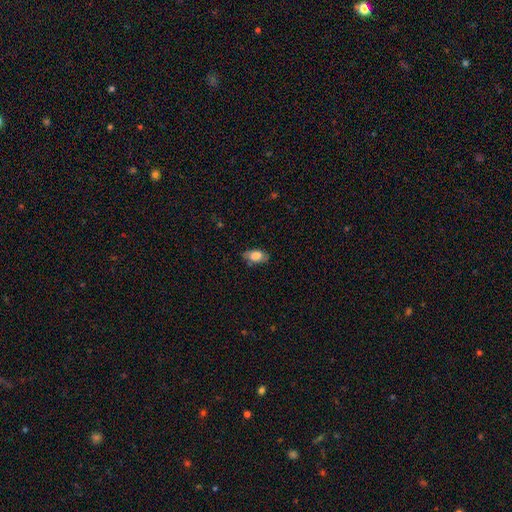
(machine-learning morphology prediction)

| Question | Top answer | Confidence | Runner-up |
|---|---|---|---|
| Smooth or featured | smooth | 75% | featured or disk (16%) |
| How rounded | in between | 90% | round (5%) |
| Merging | none | 71% | minor disturbance (22%) |